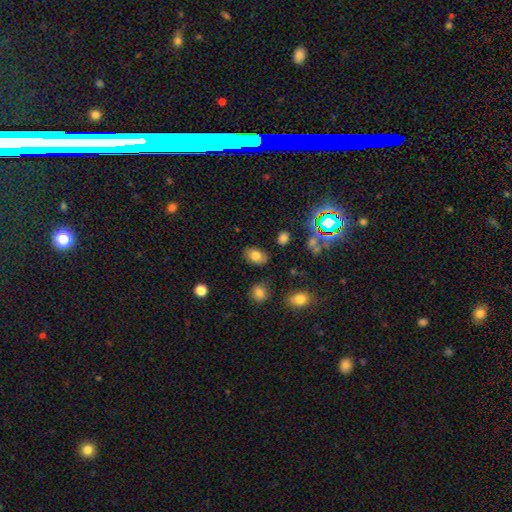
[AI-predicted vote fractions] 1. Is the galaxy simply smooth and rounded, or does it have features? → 78% smooth, 11% featured or disk, 11% star or artifact.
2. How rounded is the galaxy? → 83% in between, 16% round, 1% cigar-shaped.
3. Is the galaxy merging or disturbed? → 83% none, 11% minor disturbance, 3% major disturbance, 3% merger.